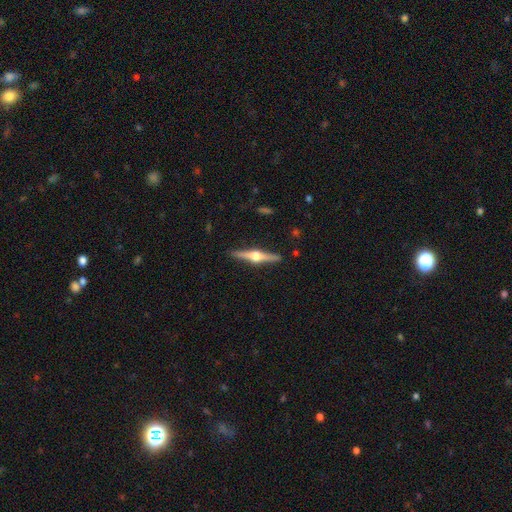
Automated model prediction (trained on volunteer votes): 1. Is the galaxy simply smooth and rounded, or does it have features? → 80% featured or disk, 15% smooth, 5% star or artifact.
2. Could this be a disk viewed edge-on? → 98% yes, 2% no.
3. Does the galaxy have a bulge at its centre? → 96% rounded, 2% boxy, 1% none.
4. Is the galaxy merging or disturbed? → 91% none, 7% minor disturbance, 1% major disturbance, 1% merger.